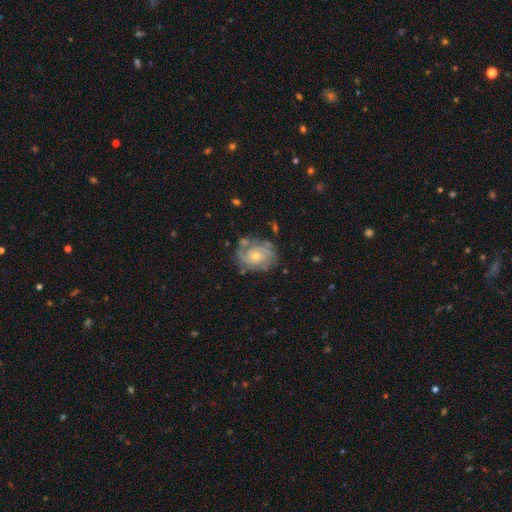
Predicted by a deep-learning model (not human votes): This appears to be a featured or disk galaxy (75%) with no bar (77%), tight (61%) spiral arms (88%) and a small central bulge (48%, tied with moderate). Merging: none (68%).